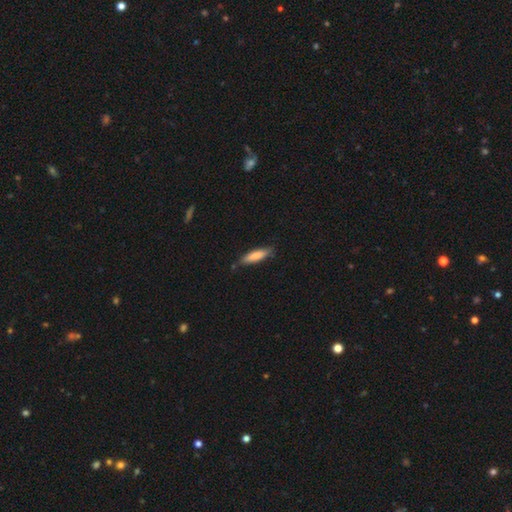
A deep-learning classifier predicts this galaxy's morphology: The model was most divided on "how rounded": cigar-shaped: 65%, in between: 34%, round: 1%. More confident: smooth or featured — smooth (82%); merging — none (78%).